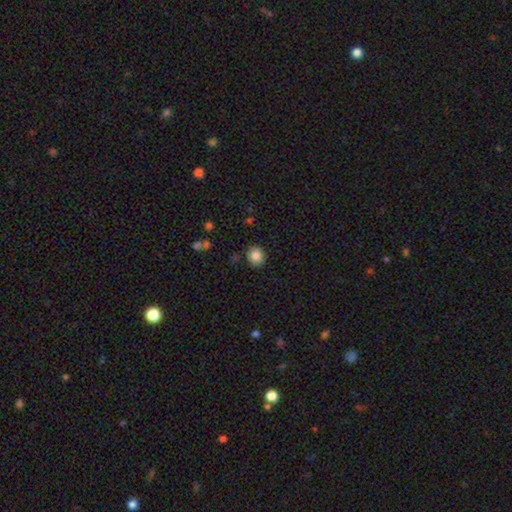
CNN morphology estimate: This is clearly a smooth galaxy (86%). How rounded: likely round (74%). Merging: clearly none (86%).